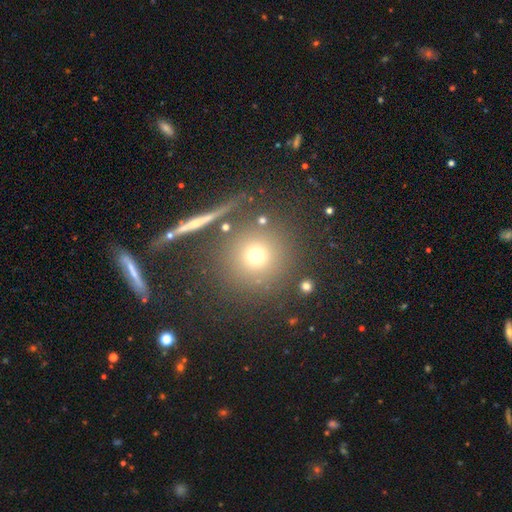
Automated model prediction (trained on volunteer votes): Q: Smooth or featured?
A: smooth (68%); runner-up: star or artifact (20%)
Q: How rounded?
A: round (94%); runner-up: in between (5%)
Q: Merging?
A: none (81%); runner-up: minor disturbance (8%)